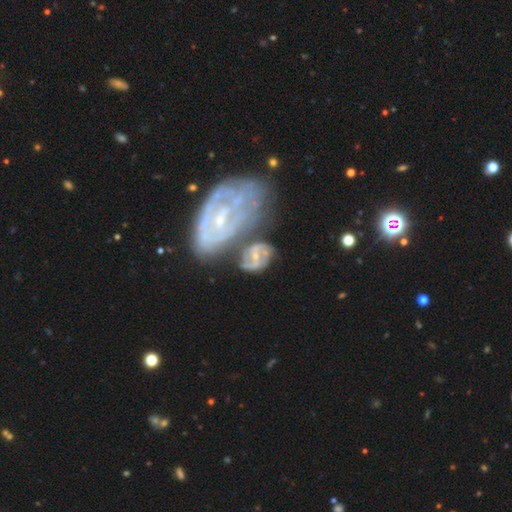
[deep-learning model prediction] A featured or disk galaxy (80%) with a weak bar (45%), 2 (70%) medium (47%) spiral arms (89%) and a small central bulge (58%). Merging: merger (38%).